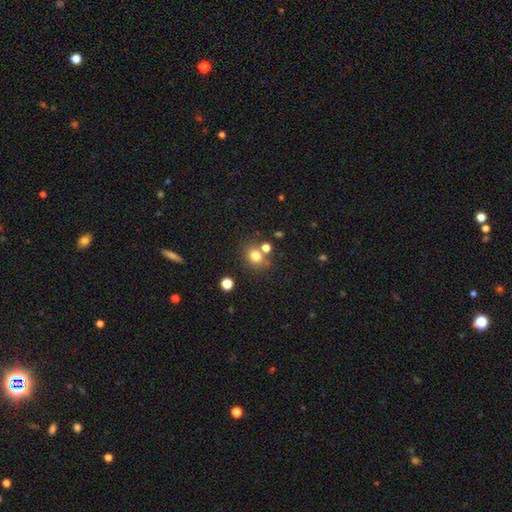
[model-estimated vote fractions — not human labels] Smooth or featured: smooth — 77% (star or artifact — 15%)
How rounded: round — 76% (in between — 23%)
Merging: none — 69% (merger — 17%)